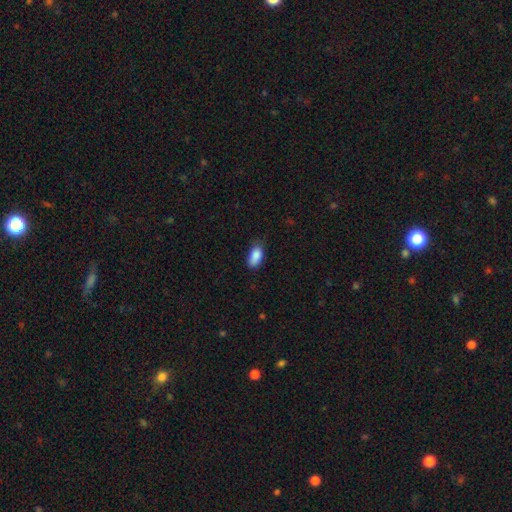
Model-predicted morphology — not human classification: A smooth galaxy with no disk features (88%) that is in between round and cigar-shaped (92%).

Vote fractions:
- Smooth or featured? smooth: 88% / star or artifact: 7% / featured or disk: 5%
- How rounded? in between: 92% / cigar-shaped: 5% / round: 3%
- Merging? none: 68% / minor disturbance: 27% / major disturbance: 5% / merger: 1%